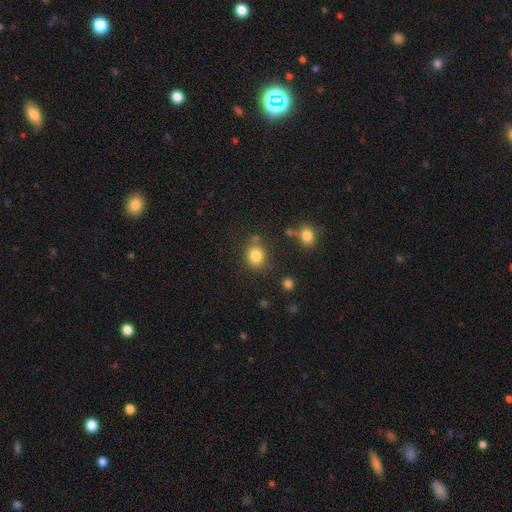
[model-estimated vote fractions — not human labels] smooth-or-featured: smooth: 83% | star or artifact: 11% | featured or disk: 6%
  how-rounded: round: 69% | in between: 30% | cigar-shaped: 1%
  merging: none: 74% | minor disturbance: 14% | merger: 8% | major disturbance: 5%